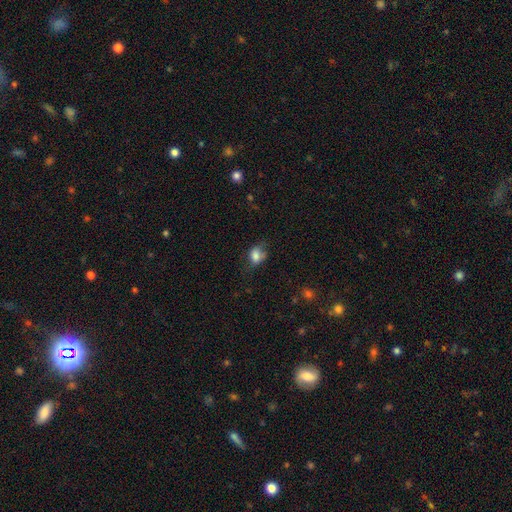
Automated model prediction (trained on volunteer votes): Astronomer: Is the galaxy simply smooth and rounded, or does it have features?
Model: smooth — 78%.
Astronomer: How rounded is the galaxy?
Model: in between — 56% (runner-up: round, 43%).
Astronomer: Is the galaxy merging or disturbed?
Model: none — 46% (runner-up: minor disturbance, 33%).